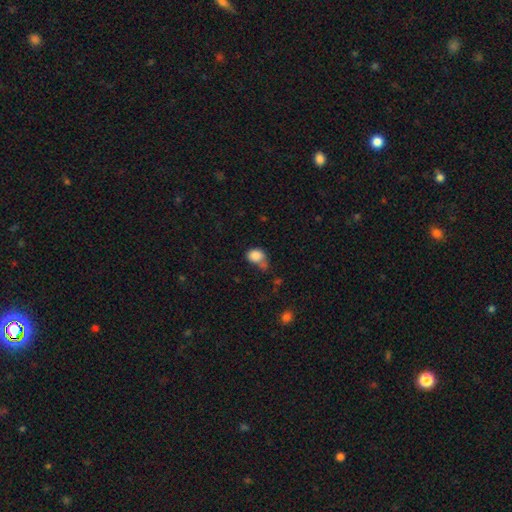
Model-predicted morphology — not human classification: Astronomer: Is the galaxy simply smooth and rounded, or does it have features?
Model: smooth — 85%.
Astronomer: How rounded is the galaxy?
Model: round — 52% (runner-up: in between, 47%).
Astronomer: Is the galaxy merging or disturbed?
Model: none — 44% (runner-up: minor disturbance, 25%).